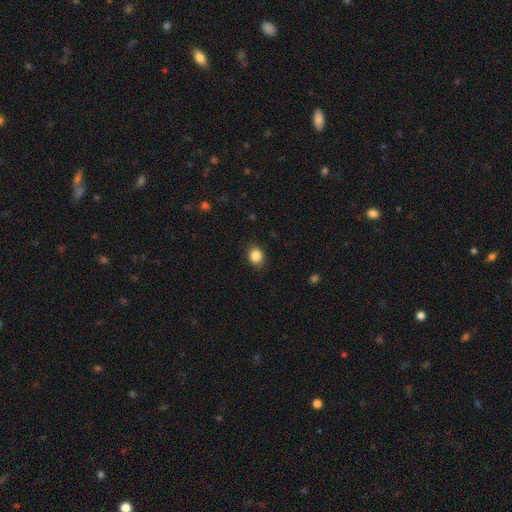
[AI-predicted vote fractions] Smooth or featured?
  - smooth: 86% *
  - star or artifact: 10%
  - featured or disk: 4%
How rounded?
  - round: 62% *
  - in between: 37%
  - cigar-shaped: 1%
Merging?
  - none: 88% *
  - minor disturbance: 9%
  - major disturbance: 2%
  - merger: 1%